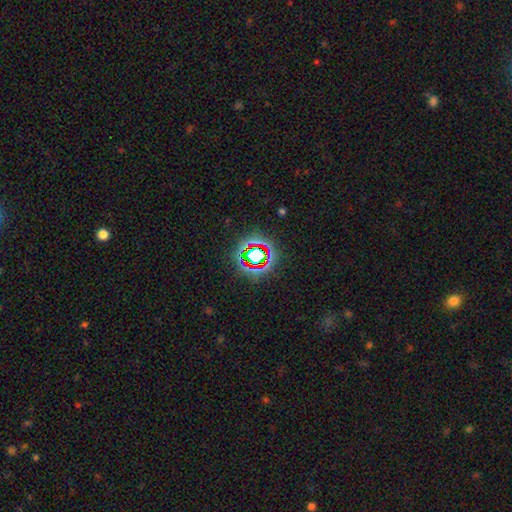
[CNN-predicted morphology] star or artifact 68%, smooth 20%, featured or disk 12%.